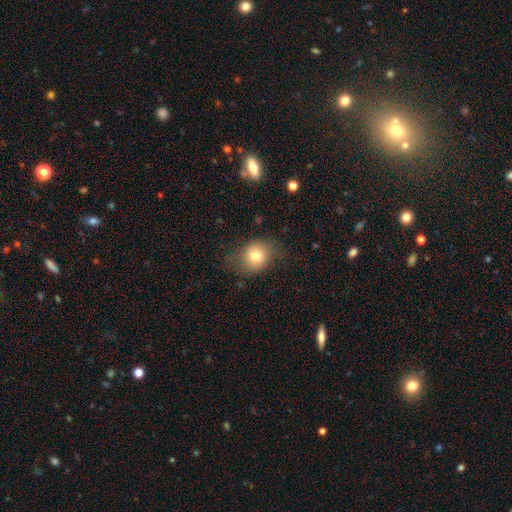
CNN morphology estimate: Smooth or featured: smooth — 75% (featured or disk — 14%)
How rounded: round — 68% (in between — 31%)
Merging: none — 67% (minor disturbance — 23%)